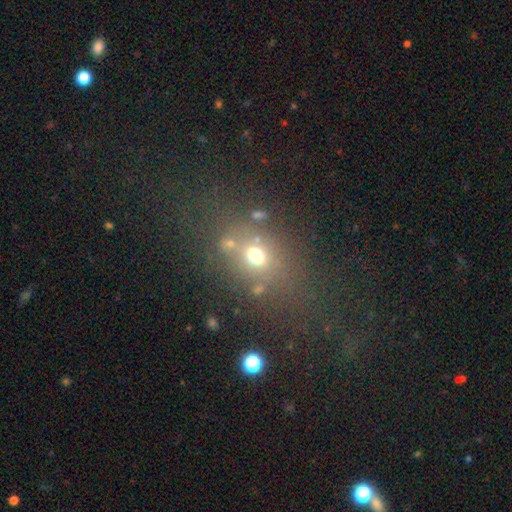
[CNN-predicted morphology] Smooth or featured: smooth — 62% (star or artifact — 23%)
How rounded: in between — 52% (round — 45%)
Merging: none — 60% (minor disturbance — 16%)